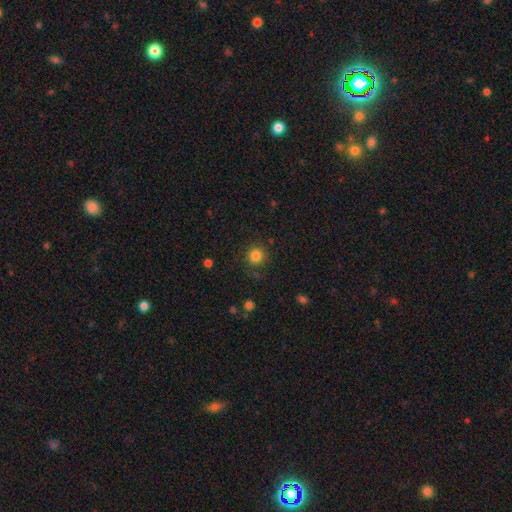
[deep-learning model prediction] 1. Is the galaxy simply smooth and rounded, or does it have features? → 83% smooth, 12% star or artifact, 5% featured or disk.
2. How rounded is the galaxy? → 93% round, 6% in between, 1% cigar-shaped.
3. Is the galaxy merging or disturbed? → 86% none, 9% minor disturbance, 3% major disturbance, 2% merger.